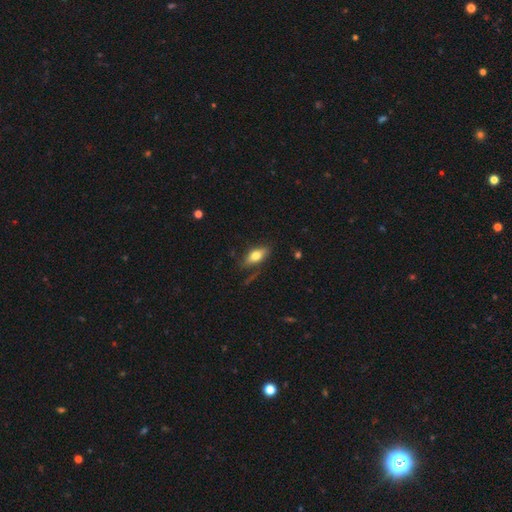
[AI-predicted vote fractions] This appears to be a smooth galaxy with no disk features (68%) that is in between round and cigar-shaped (78%). Merging: none (67%).